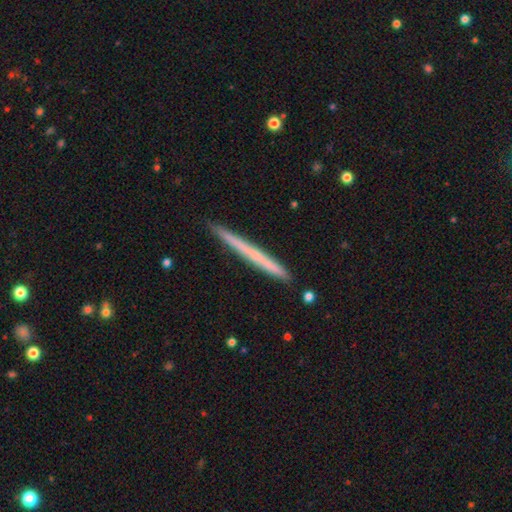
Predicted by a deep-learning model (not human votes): Overall: featured or disk (47%, tied with smooth). Merging: none (91%).